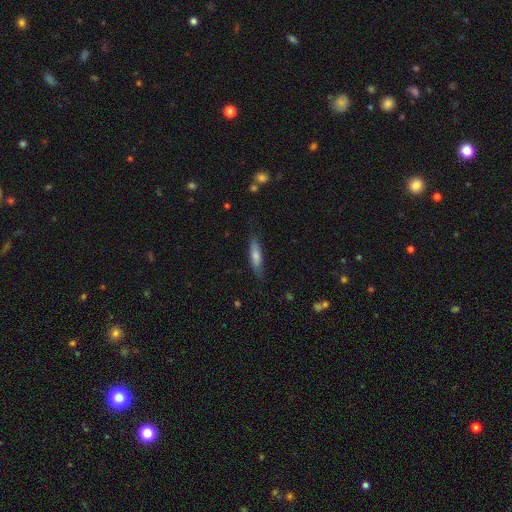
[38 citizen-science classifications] Overall: smooth (79%). How rounded: cigar-shaped (73%). Merging: none (71%).